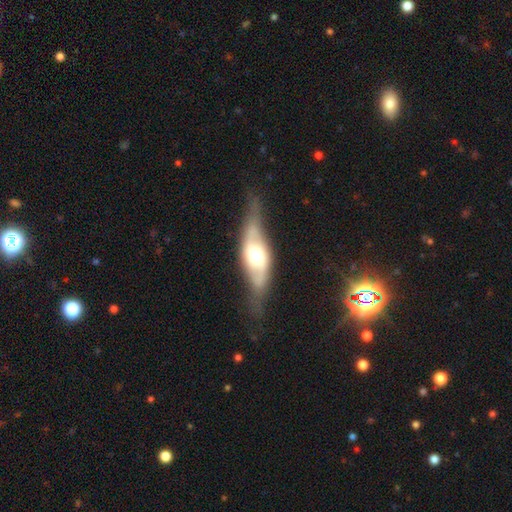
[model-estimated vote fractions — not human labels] Morphology: type=featured or disk (68%); edge-on=no (58%); merging=none (61%).